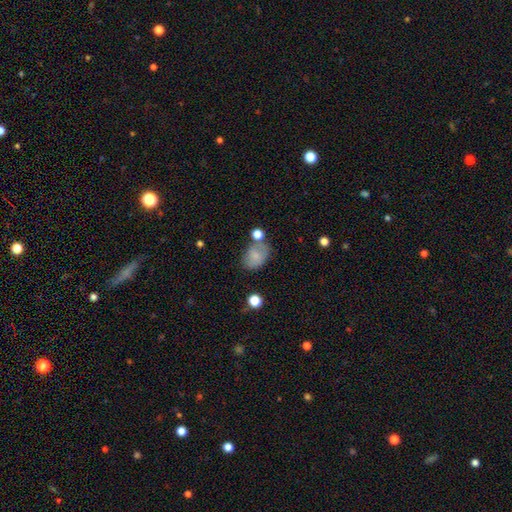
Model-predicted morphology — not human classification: Smooth or featured?
  - smooth: 73% *
  - featured or disk: 17%
  - star or artifact: 9%
How rounded?
  - in between: 79% *
  - round: 20%
  - cigar-shaped: 1%
Merging?
  - none: 56% *
  - minor disturbance: 23%
  - merger: 13%
  - major disturbance: 9%